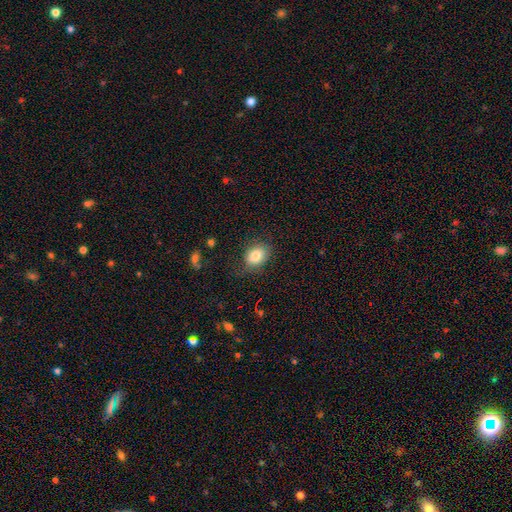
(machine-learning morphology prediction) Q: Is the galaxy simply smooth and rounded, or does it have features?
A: smooth — 81%.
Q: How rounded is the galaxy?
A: in between — 67%.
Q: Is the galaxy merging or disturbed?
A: none — 74%.